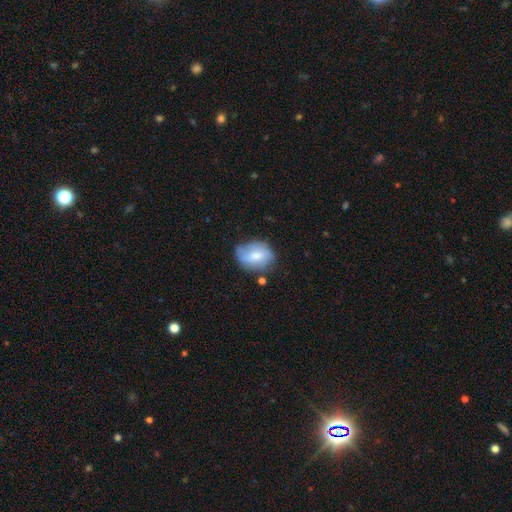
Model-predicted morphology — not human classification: smooth 62%, featured or disk 31%, star or artifact 7%. Down the decision tree: how rounded — in between (68%); merging — none (59%).